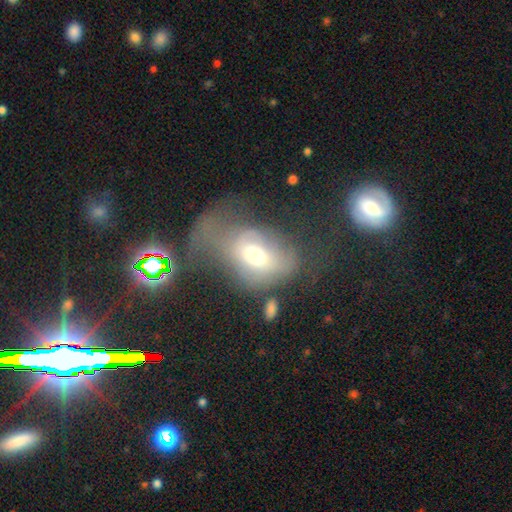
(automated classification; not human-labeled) This is possibly a smooth galaxy (49%). Merging: possibly major disturbance (52%).